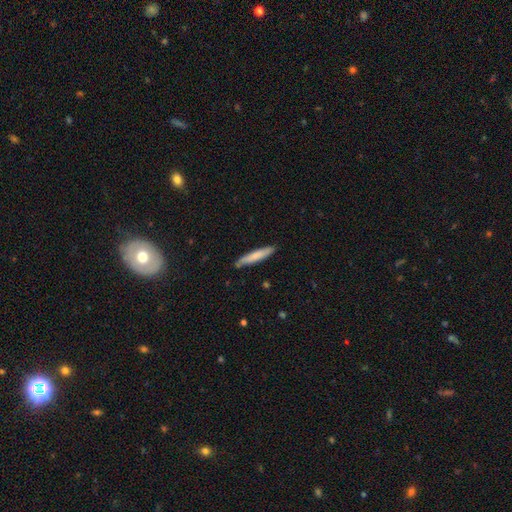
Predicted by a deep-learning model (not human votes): smooth 75%, featured or disk 20%, star or artifact 5%. Down the decision tree: how rounded — cigar-shaped (92%); merging — none (85%).